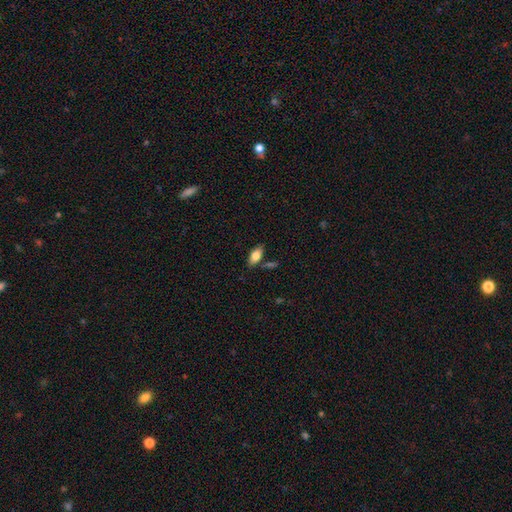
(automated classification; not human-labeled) This appears to be a smooth galaxy with no disk features (77%) that is in between round and cigar-shaped (88%). Merging: none (77%).